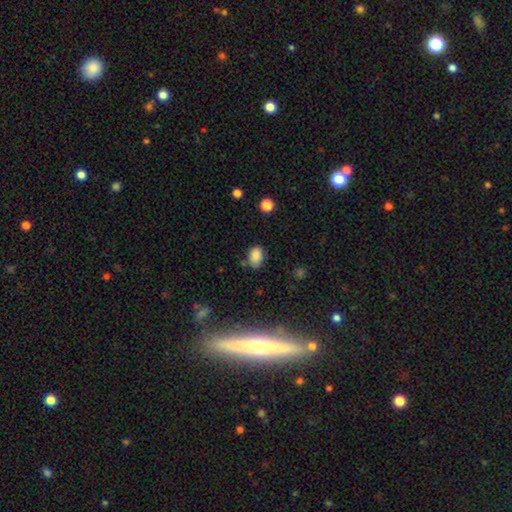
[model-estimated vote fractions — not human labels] Smooth or featured: smooth — 85% (star or artifact — 11%)
How rounded: in between — 82% (round — 17%)
Merging: none — 73% (minor disturbance — 19%)